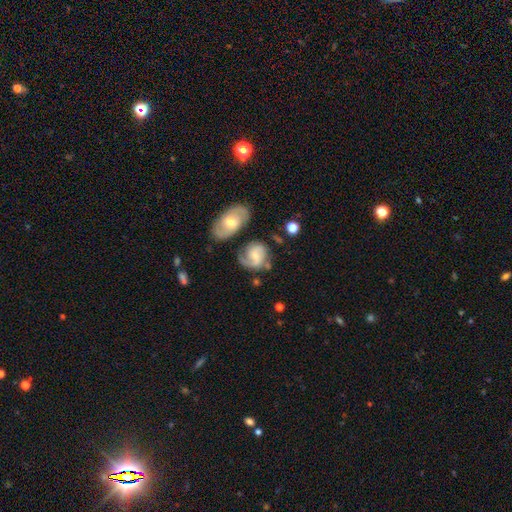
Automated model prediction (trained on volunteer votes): Smooth or featured? Predicted: featured or disk (p=0.66). Edge-on disk? Predicted: no (p=0.97). Bar? Predicted: no (p=0.53). Spiral arms? Predicted: yes (p=0.91). Spiral winding? Predicted: medium (p=0.46). Spiral arm count? Predicted: 2 (p=0.64). Bulge size? Predicted: small (p=0.48). Merging? Predicted: none (p=0.53).